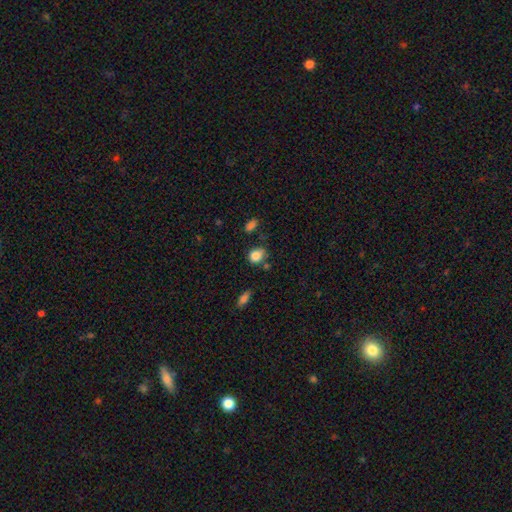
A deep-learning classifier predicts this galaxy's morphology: Smooth or featured?
  - smooth: 84% *
  - star or artifact: 10%
  - featured or disk: 6%
How rounded?
  - round: 52% *
  - in between: 47%
  - cigar-shaped: 1%
Merging?
  - none: 59% *
  - minor disturbance: 27%
  - merger: 7%
  - major disturbance: 7%